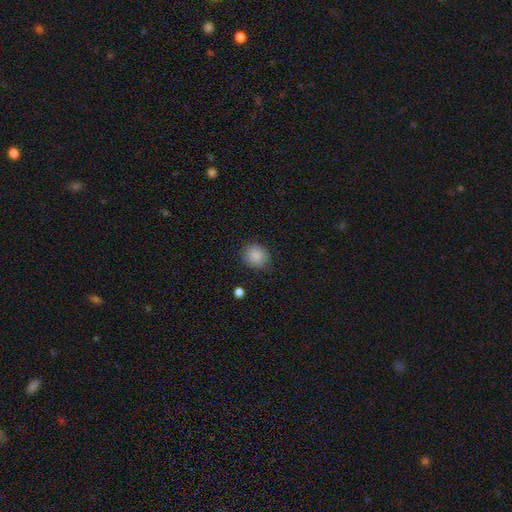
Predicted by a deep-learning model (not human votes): Overall: smooth (87%). How rounded: round (78%). Merging: none (80%).